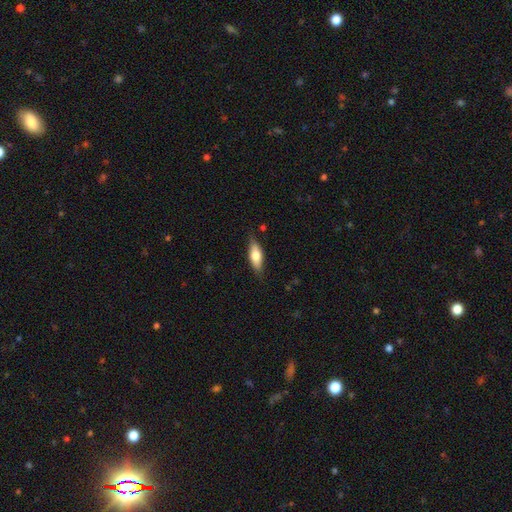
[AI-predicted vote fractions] Smooth or featured? smooth (67%)
How rounded? in between (63%)
Merging? none (81%)